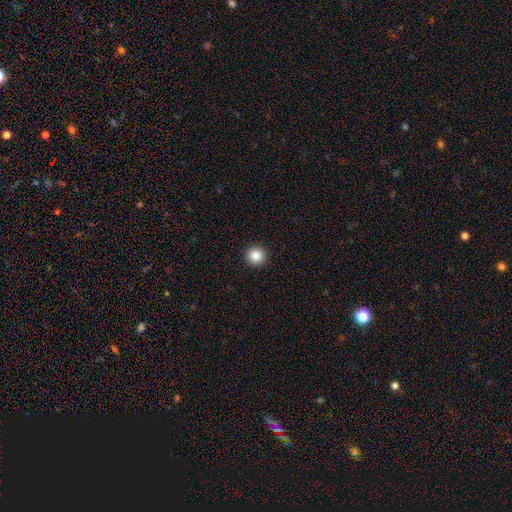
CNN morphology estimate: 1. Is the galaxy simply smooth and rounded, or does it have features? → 86% smooth, 10% star or artifact, 4% featured or disk.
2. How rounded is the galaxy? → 95% round, 4% in between, 1% cigar-shaped.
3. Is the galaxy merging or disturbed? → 93% none, 4% minor disturbance, 2% major disturbance, 1% merger.